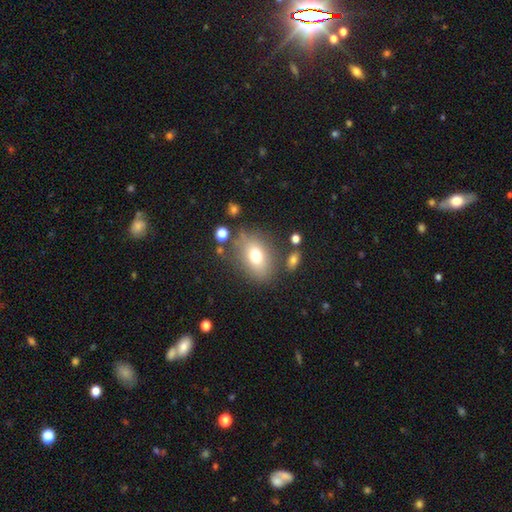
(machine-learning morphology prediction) A smooth galaxy with no disk features (71%) that is in between round and cigar-shaped (72%).

Vote fractions:
- Smooth or featured? smooth: 71% / featured or disk: 17% / star or artifact: 12%
- How rounded? in between: 72% / round: 26% / cigar-shaped: 2%
- Merging? none: 74% / minor disturbance: 14% / major disturbance: 6% / merger: 6%